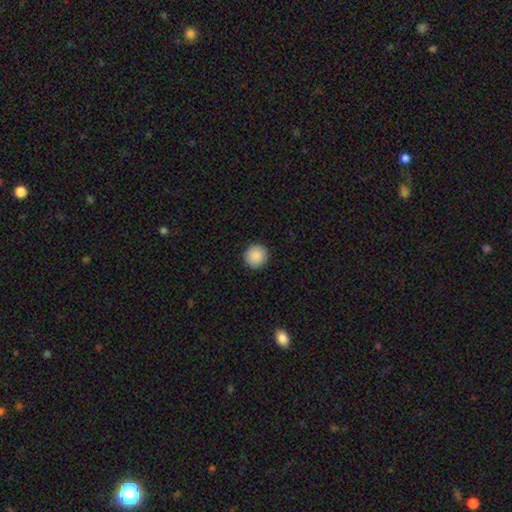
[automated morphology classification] Smooth or featured? smooth (89%)
How rounded? round (94%)
Merging? none (92%)